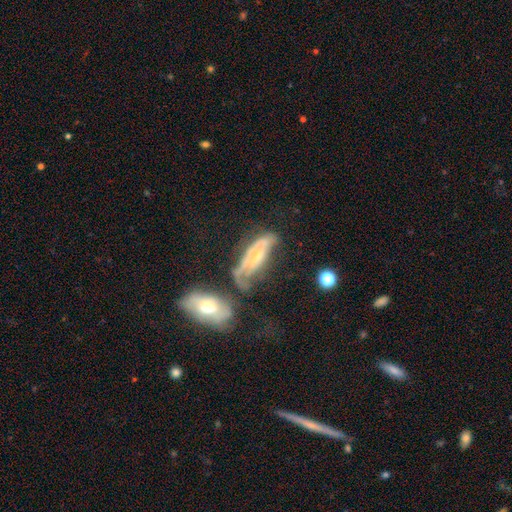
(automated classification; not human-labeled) The model was most divided on "merging" (2-way tie): major disturbance: 27%, none: 27%, minor disturbance: 23%, merger: 23%. More confident: edge-on disk — no (81%); smooth or featured — featured or disk (61%).